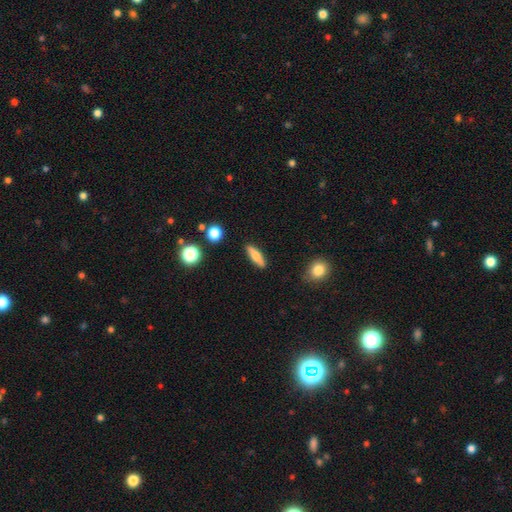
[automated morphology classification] smooth 60%, featured or disk 33%, star or artifact 7%. Down the decision tree: how rounded — cigar-shaped (59%); merging — none (88%).